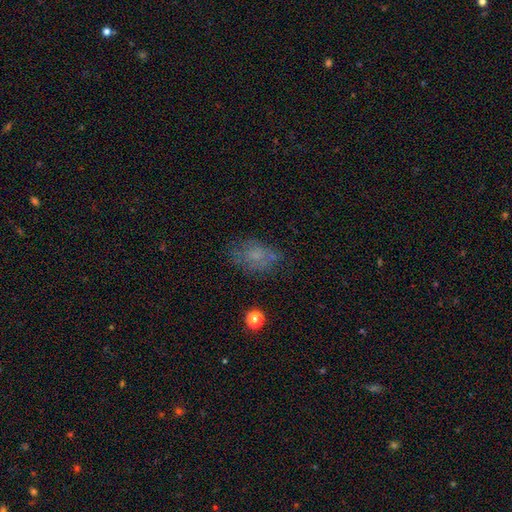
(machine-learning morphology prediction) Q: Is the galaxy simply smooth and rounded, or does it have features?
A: smooth — 58%.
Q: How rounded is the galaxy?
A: in between — 78%.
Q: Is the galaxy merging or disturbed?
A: none — 58%.